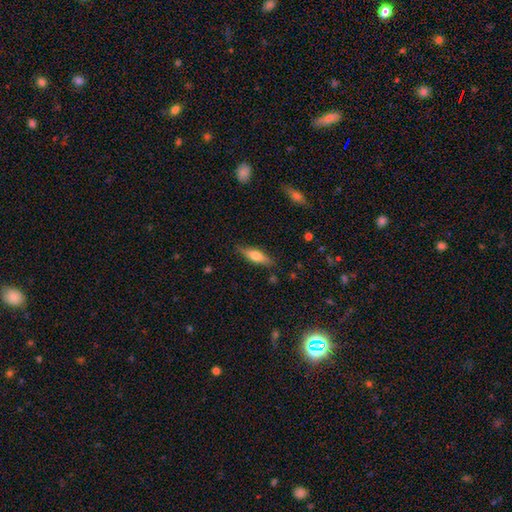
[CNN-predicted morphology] smooth_or_featured: smooth (p=0.57) [alt: featured or disk p=0.37]
how_rounded: cigar-shaped (p=0.54) [alt: in between p=0.44]
merging: none (p=0.84) [alt: minor disturbance p=0.11]